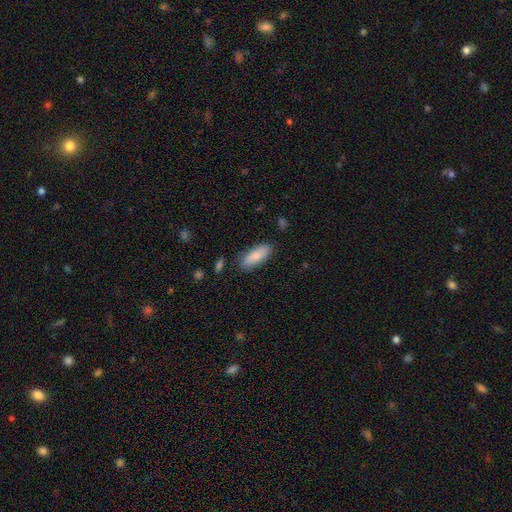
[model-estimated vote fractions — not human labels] smooth-or-featured: smooth: 83% | featured or disk: 11% | star or artifact: 6%
  how-rounded: in between: 76% | cigar-shaped: 22% | round: 2%
  merging: none: 83% | minor disturbance: 12% | major disturbance: 3% | merger: 2%